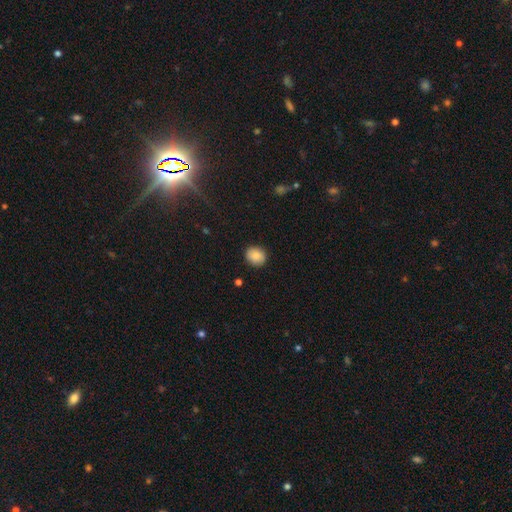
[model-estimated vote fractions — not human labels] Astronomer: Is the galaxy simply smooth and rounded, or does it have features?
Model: smooth — 85%.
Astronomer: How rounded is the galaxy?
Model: round — 72%.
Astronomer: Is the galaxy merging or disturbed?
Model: none — 86%.